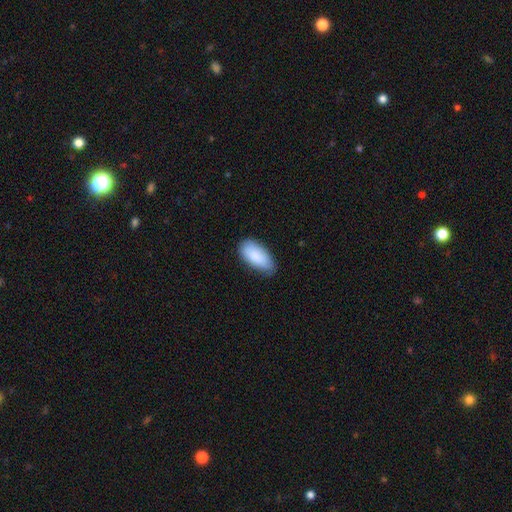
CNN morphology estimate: Smooth or featured: smooth — 89% (star or artifact — 6%)
How rounded: in between — 93% (cigar-shaped — 5%)
Merging: none — 73% (minor disturbance — 22%)